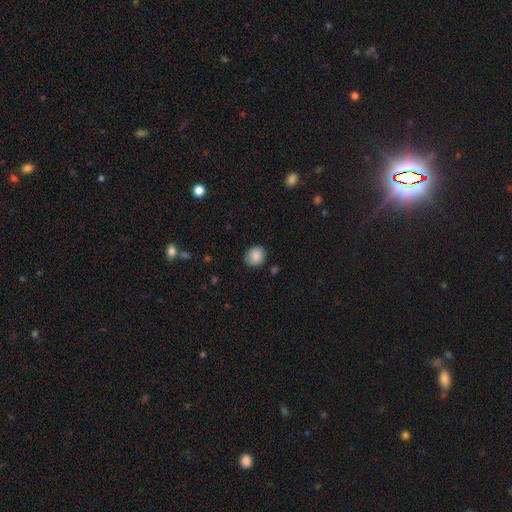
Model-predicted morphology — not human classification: This is clearly a smooth galaxy (87%). How rounded: likely round (72%). Merging: clearly none (84%).